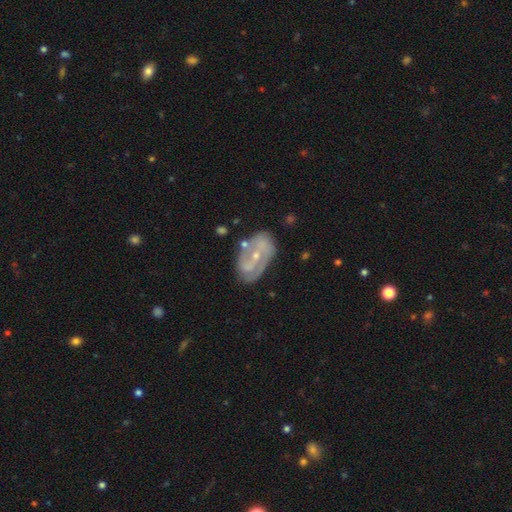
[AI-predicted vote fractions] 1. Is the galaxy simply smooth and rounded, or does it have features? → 78% featured or disk, 15% smooth, 7% star or artifact.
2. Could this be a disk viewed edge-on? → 96% no, 4% yes.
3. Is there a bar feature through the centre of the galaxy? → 43% no, 38% weak, 18% strong.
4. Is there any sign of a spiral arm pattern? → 84% yes, 16% no.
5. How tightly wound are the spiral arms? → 43% medium, 35% tight, 23% loose.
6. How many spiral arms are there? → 65% 2, 18% can't tell, 6% 3, 6% 1, 2% 4, 2% more than 4.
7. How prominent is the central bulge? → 68% small, 27% moderate, 3% none, 1% large, 1% dominant.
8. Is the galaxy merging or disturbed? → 63% none, 20% minor disturbance, 9% major disturbance, 8% merger.